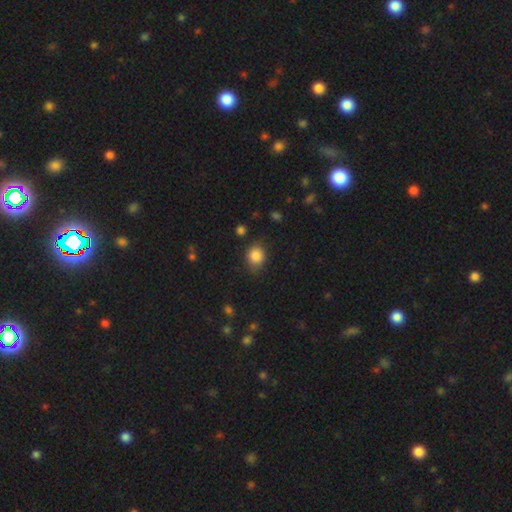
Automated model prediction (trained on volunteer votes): smooth 85%, star or artifact 10%, featured or disk 6%. Down the decision tree: how rounded — round (59%); merging — none (75%).